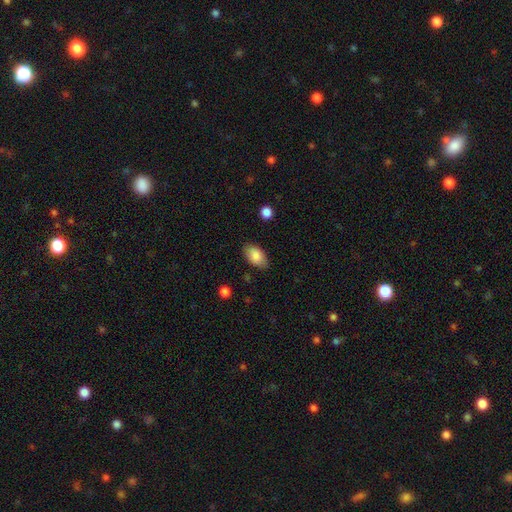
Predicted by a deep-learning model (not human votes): Smooth or featured: smooth — 85% (featured or disk — 8%)
How rounded: in between — 92% (round — 6%)
Merging: none — 83% (minor disturbance — 13%)